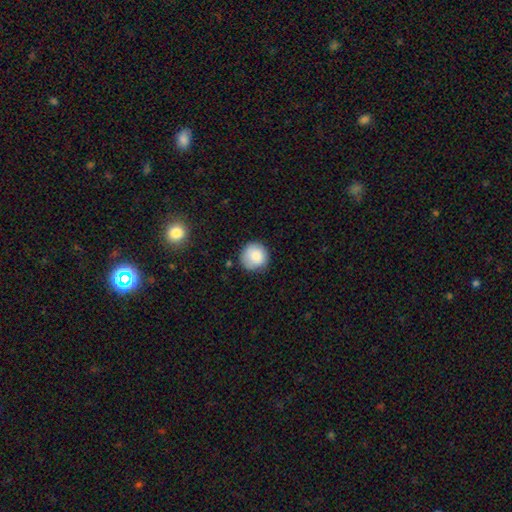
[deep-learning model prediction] smooth-or-featured: smooth: 85% | star or artifact: 8% | featured or disk: 7%
  how-rounded: round: 93% | in between: 6% | cigar-shaped: 1%
  merging: none: 82% | minor disturbance: 14% | major disturbance: 3% | merger: 2%